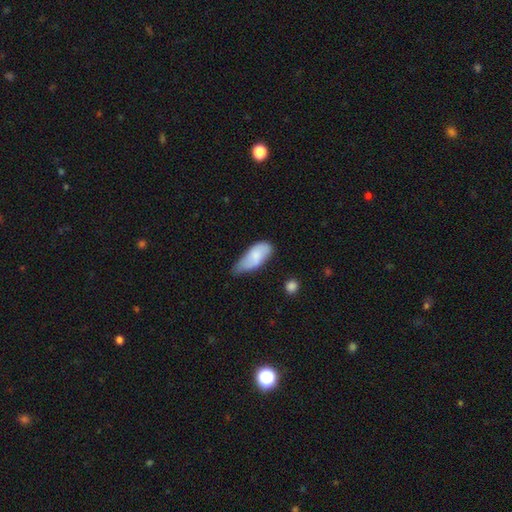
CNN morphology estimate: type=smooth (76%); roundness=in between (85%); merging=minor disturbance (51%).